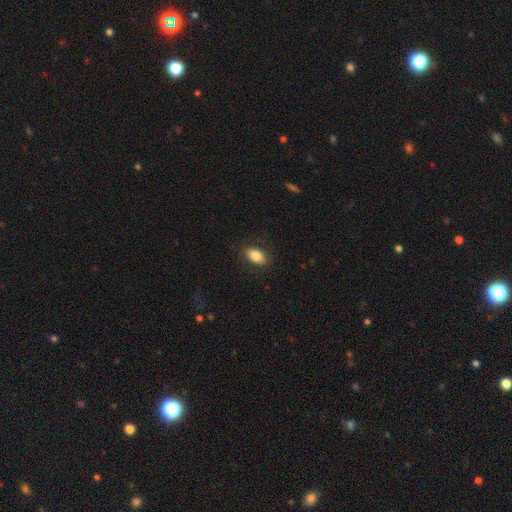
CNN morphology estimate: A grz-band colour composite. It shows a smooth galaxy with no disk features (83%) that is in between round and cigar-shaped (89%). Merging: none (87%).